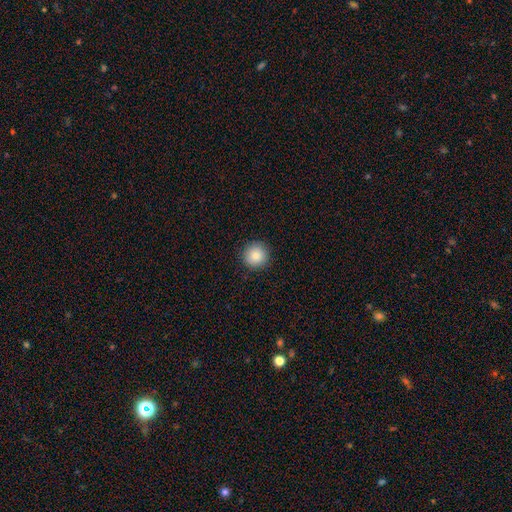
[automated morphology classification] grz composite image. It shows a smooth galaxy with no disk features (84%) that is round (94%). Merging: none (91%).